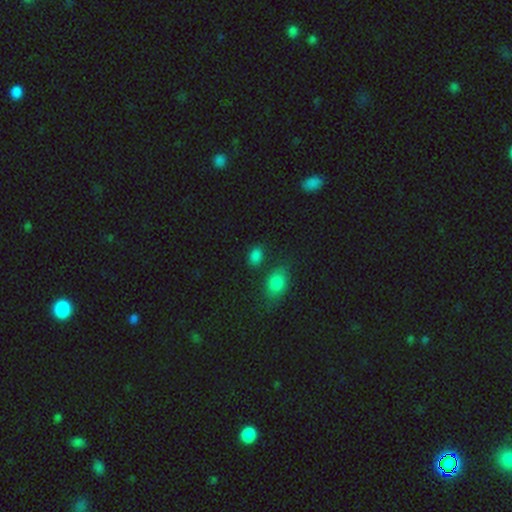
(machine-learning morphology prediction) Smooth or featured? Predicted: smooth (p=0.80). How rounded? Predicted: in between (p=0.74). Merging? Predicted: none (p=0.75).